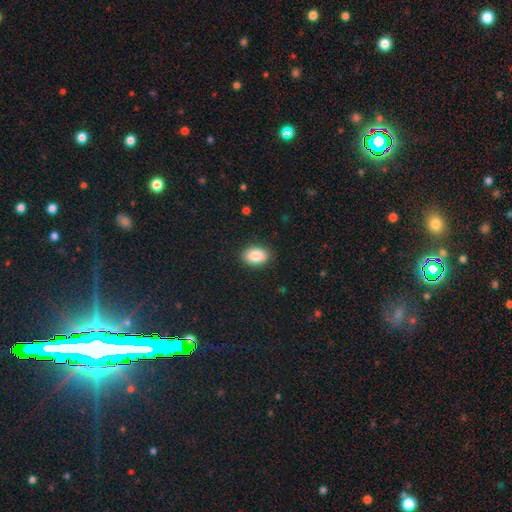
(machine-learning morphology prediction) Smooth or featured? smooth (87%)
How rounded? in between (81%)
Merging? none (87%)